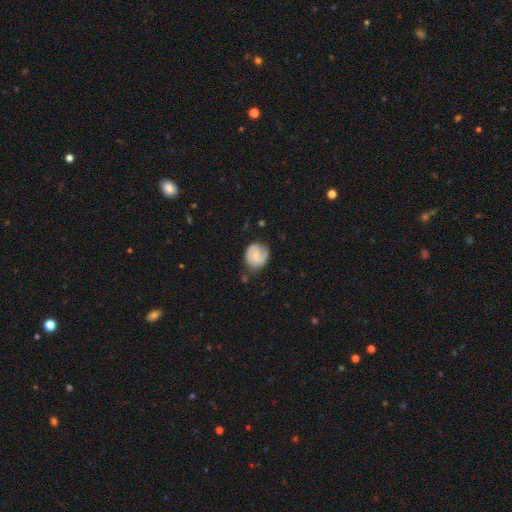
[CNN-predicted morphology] type=featured or disk (72%); edge-on=no (98%); bar=weak (45%, tied with no); spiral arms=yes (94%); winding=medium (43%); arm count=2 (79%); bulge=small (56%); merging=none (70%).